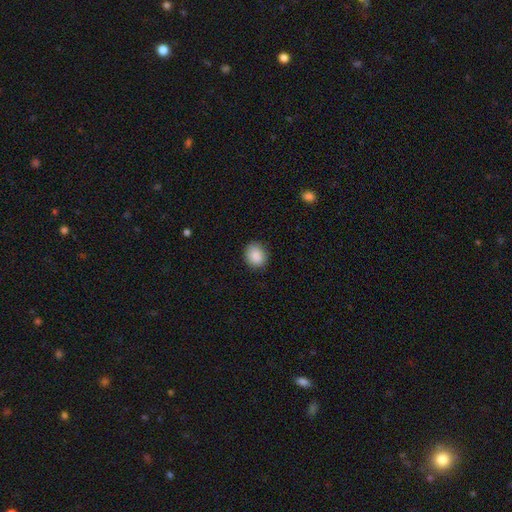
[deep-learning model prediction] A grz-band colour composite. It shows a smooth galaxy with no disk features (89%) that is round (66%). Merging: none (86%).